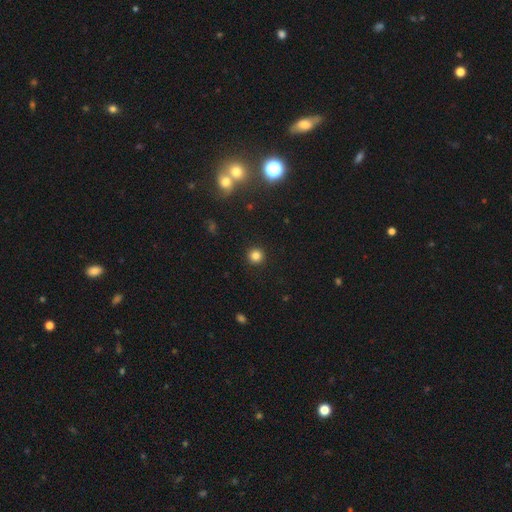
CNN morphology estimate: A smooth galaxy with no disk features (83%) that is round (95%).

Vote fractions:
- Smooth or featured? smooth: 83% / star or artifact: 13% / featured or disk: 5%
- How rounded? round: 95% / in between: 4% / cigar-shaped: 1%
- Merging? none: 93% / minor disturbance: 4% / major disturbance: 2% / merger: 1%